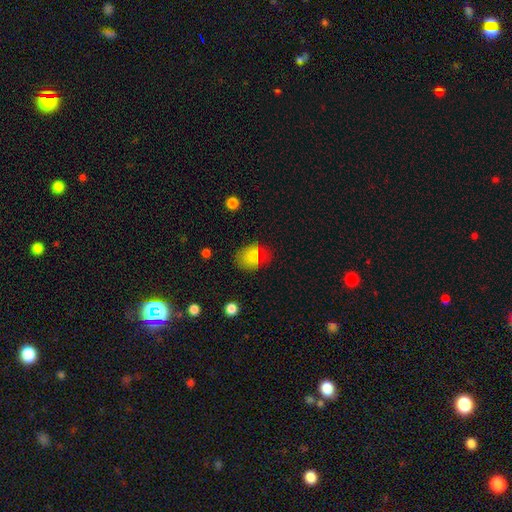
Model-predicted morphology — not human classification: Smooth or featured: smooth — 76% (star or artifact — 14%)
How rounded: in between — 57% (round — 42%)
Merging: none — 63% (minor disturbance — 24%)